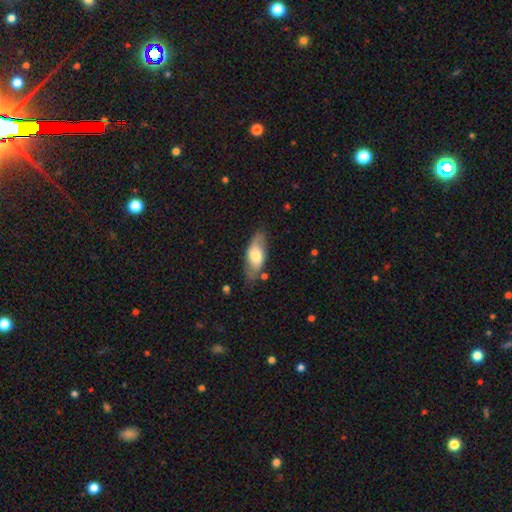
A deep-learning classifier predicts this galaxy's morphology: type=smooth (55%); roundness=in between (84%); merging=none (70%).